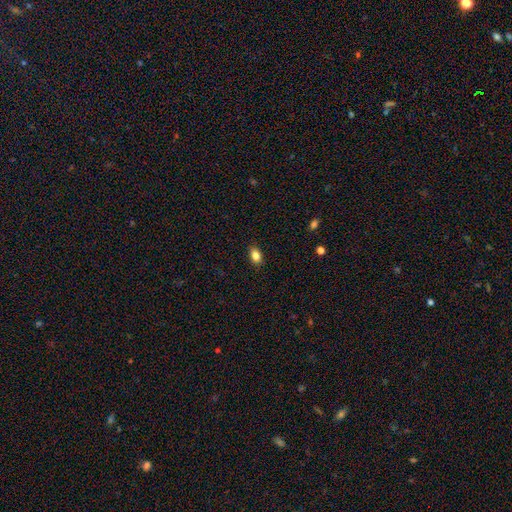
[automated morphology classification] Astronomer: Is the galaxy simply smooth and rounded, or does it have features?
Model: smooth — 84%.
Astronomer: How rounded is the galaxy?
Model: in between — 84%.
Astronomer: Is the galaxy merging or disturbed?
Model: none — 88%.